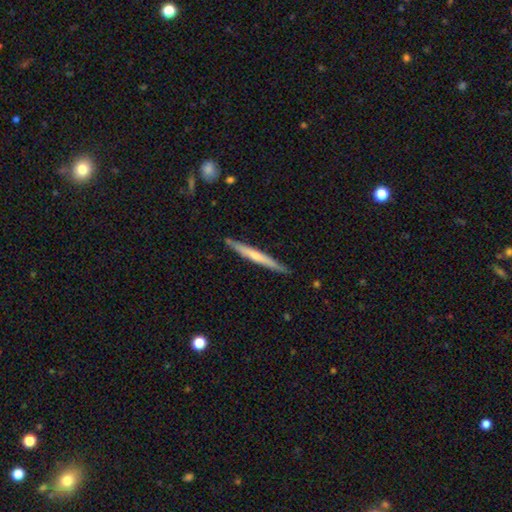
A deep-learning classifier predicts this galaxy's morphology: smooth_or_featured: smooth (p=0.49) [alt: featured or disk p=0.46]
merging: none (p=0.88) [alt: minor disturbance p=0.09]